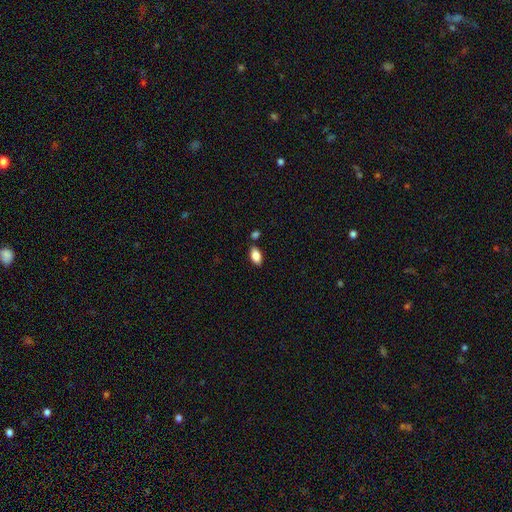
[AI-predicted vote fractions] This appears to be a smooth galaxy with no disk features (87%) that is in between round and cigar-shaped (93%). Merging: none (81%).